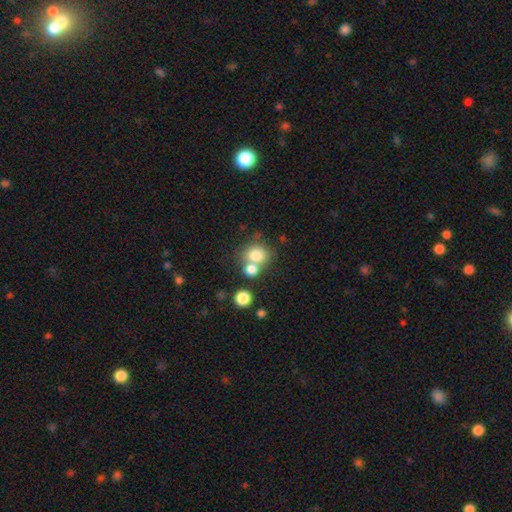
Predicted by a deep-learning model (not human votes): Q: Smooth or featured?
A: smooth (78%); runner-up: star or artifact (12%)
Q: How rounded?
A: round (73%); runner-up: in between (26%)
Q: Merging?
A: none (48%); runner-up: merger (39%)